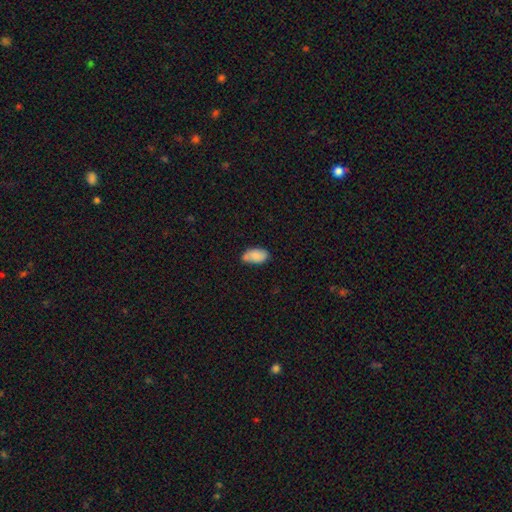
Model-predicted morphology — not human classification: type=smooth (83%); roundness=in between (94%); merging=none (60%).